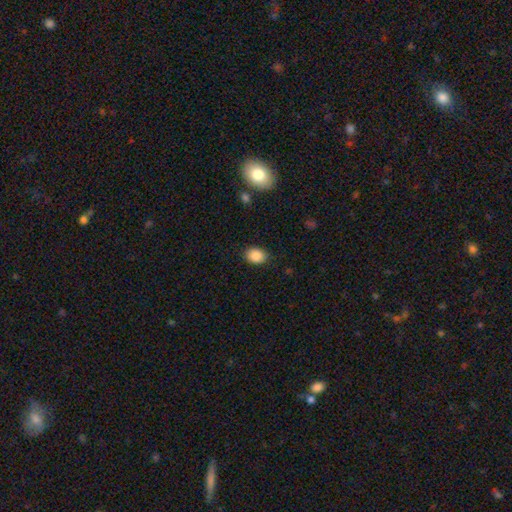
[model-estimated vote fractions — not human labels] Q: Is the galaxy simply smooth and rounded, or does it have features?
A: smooth — 87%.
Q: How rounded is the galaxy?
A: in between — 69%.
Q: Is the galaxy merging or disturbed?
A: none — 85%.